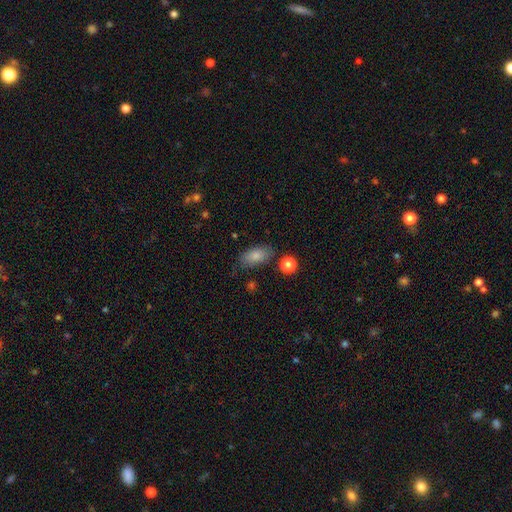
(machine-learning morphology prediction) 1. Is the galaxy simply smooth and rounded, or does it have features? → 83% smooth, 9% featured or disk, 8% star or artifact.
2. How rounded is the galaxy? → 89% in between, 5% round, 5% cigar-shaped.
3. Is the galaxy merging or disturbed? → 76% none, 16% minor disturbance, 5% major disturbance, 4% merger.